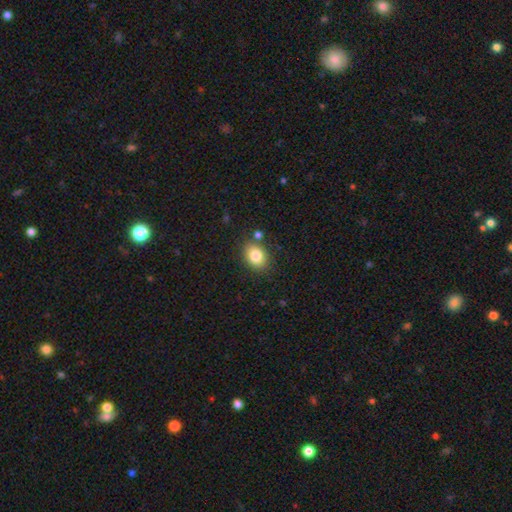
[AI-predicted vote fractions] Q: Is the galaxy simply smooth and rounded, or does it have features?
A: smooth — 82%.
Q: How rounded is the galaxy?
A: in between — 66%.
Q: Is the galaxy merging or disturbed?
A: none — 79%.